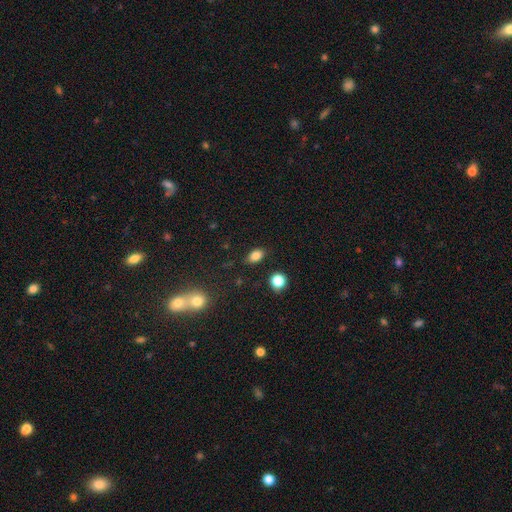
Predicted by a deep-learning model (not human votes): Smooth or featured? smooth (83%)
How rounded? in between (83%)
Merging? none (83%)